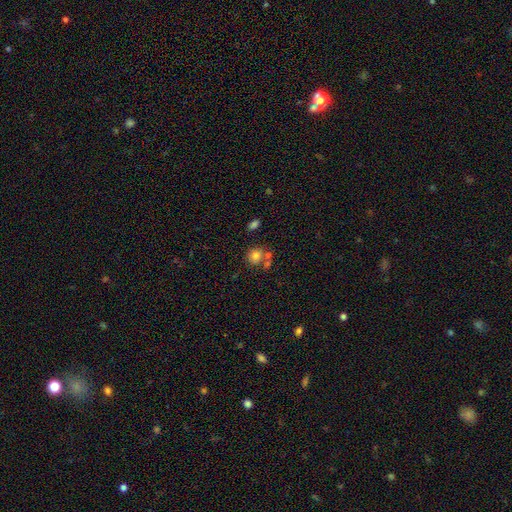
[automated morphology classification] Smooth or featured? Predicted: smooth (p=0.77). How rounded? Predicted: round (p=0.80). Merging? Predicted: none (p=0.56).